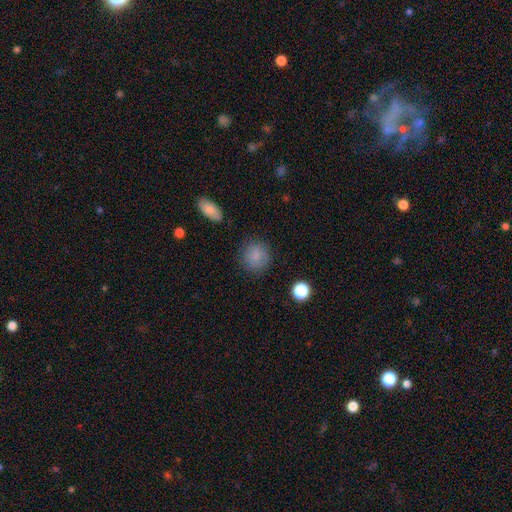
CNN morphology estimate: This is clearly a smooth galaxy (85%). How rounded: clearly round (87%). Merging: clearly none (83%).